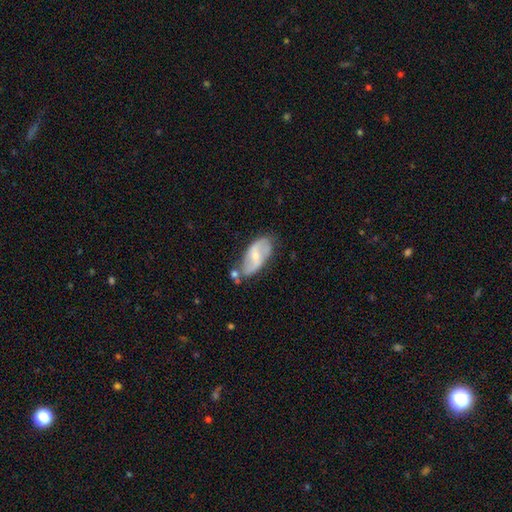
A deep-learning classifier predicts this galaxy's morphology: Smooth or featured?
  - featured or disk: 66% *
  - smooth: 28%
  - star or artifact: 6%
Edge-on disk?
  - no: 93% *
  - yes: 7%
Bar?
  - weak: 48% *
  - strong: 26%
  - no: 26%
Spiral arms?
  - yes: 83% *
  - no: 17%
Spiral winding?
  - loose: 47% *
  - medium: 38%
  - tight: 15%
Spiral arm count?
  - 2: 85% *
  - can't tell: 10%
  - 1: 3%
  - 3: 1%
  - 4: 1%
  - more than 4: 1%
Bulge size?
  - small: 58% *
  - moderate: 35%
  - none: 4%
  - large: 2%
  - dominant: 1%
Merging?
  - none: 58% *
  - minor disturbance: 23%
  - merger: 12%
  - major disturbance: 7%